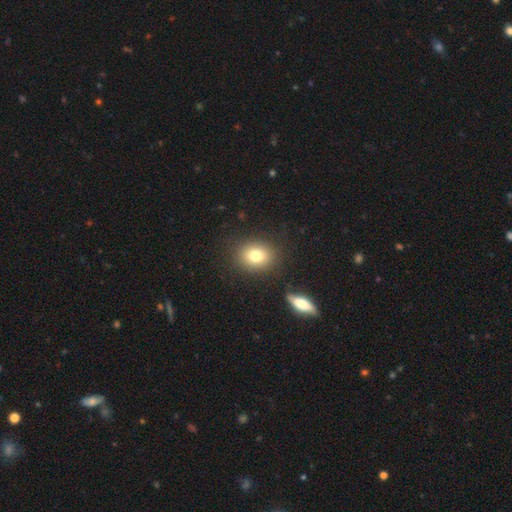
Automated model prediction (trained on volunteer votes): Smooth or featured? smooth (78%)
How rounded? round (58%)
Merging? none (84%)